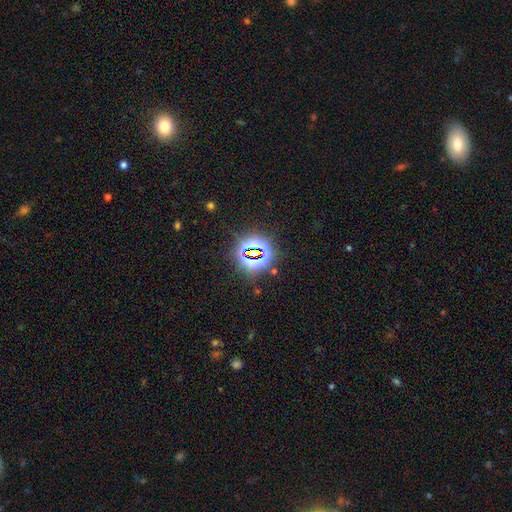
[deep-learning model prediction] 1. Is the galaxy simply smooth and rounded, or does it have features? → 75% star or artifact, 16% smooth, 9% featured or disk.